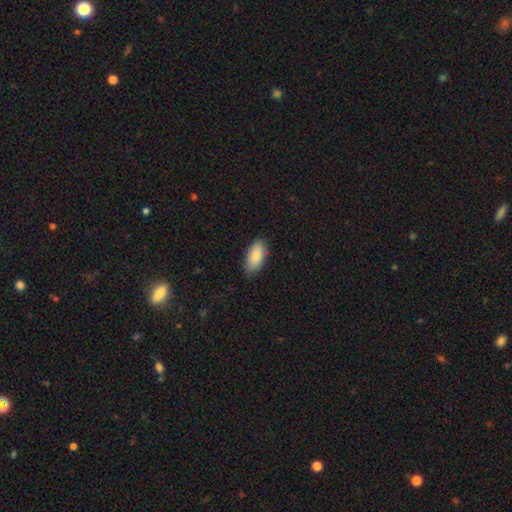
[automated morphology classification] Smooth or featured? smooth (86%)
How rounded? in between (92%)
Merging? none (83%)